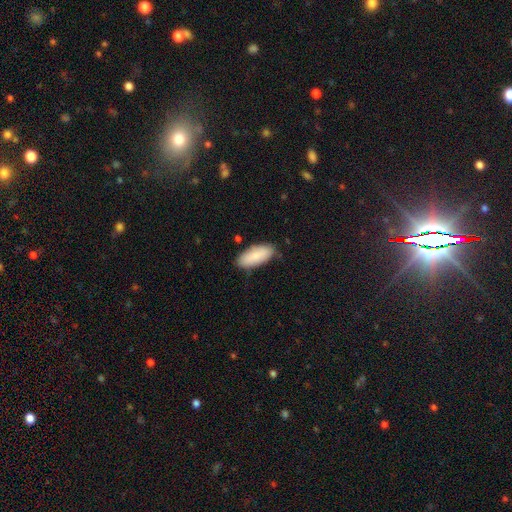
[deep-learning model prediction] Morphology: type=smooth (83%); roundness=in between (85%); merging=none (82%).